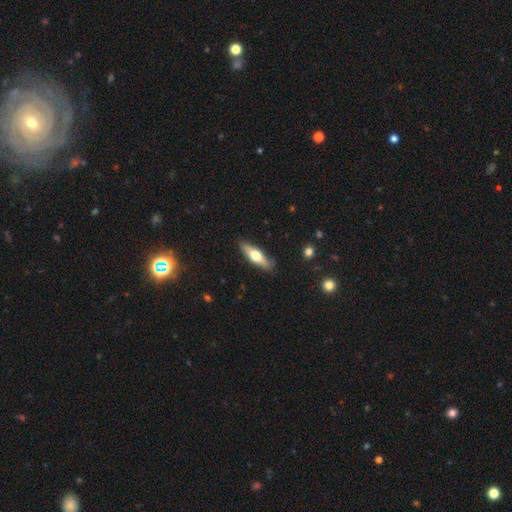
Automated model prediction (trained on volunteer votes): Smooth or featured?
  - smooth: 51% *
  - featured or disk: 44%
  - star or artifact: 5%
How rounded?
  - cigar-shaped: 60% *
  - in between: 38%
  - round: 2%
Merging?
  - none: 87% *
  - minor disturbance: 10%
  - major disturbance: 2%
  - merger: 1%